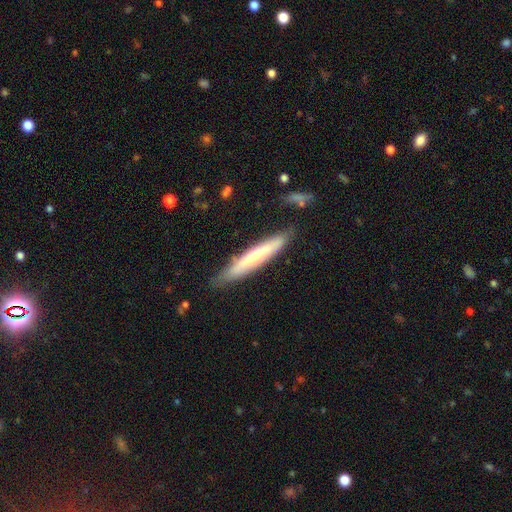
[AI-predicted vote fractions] Smooth or featured?
  - smooth: 49% *
  - featured or disk: 45%
  - star or artifact: 6%
Merging?
  - none: 80% *
  - minor disturbance: 15%
  - major disturbance: 3%
  - merger: 2%